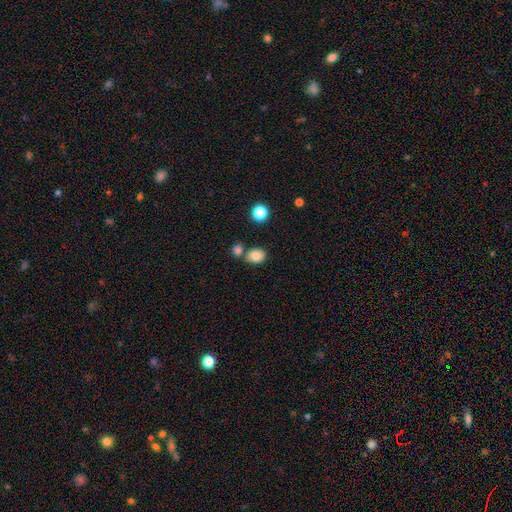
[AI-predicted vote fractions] Morphology: type=smooth (82%); roundness=in between (58%); merging=none (64%).